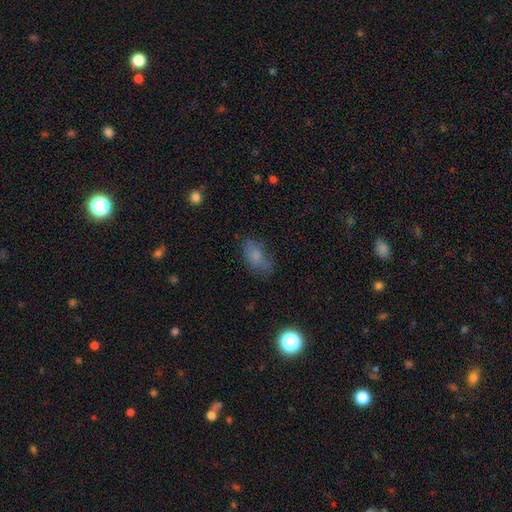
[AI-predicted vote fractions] Morphology: type=smooth (71%); roundness=in between (87%); merging=none (63%).